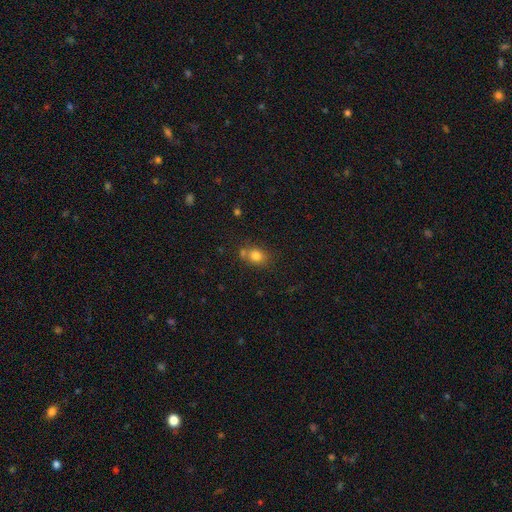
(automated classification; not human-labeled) Smooth or featured? smooth (79%)
How rounded? round (61%)
Merging? none (57%)